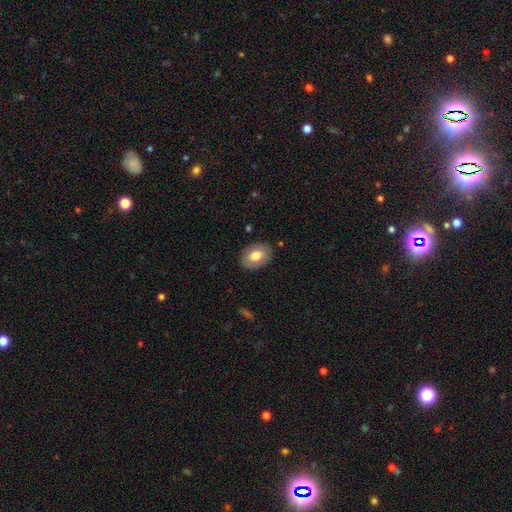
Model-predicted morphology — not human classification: Q: Smooth or featured?
A: smooth (74%); runner-up: featured or disk (20%)
Q: How rounded?
A: in between (79%); runner-up: round (20%)
Q: Merging?
A: none (86%); runner-up: minor disturbance (10%)